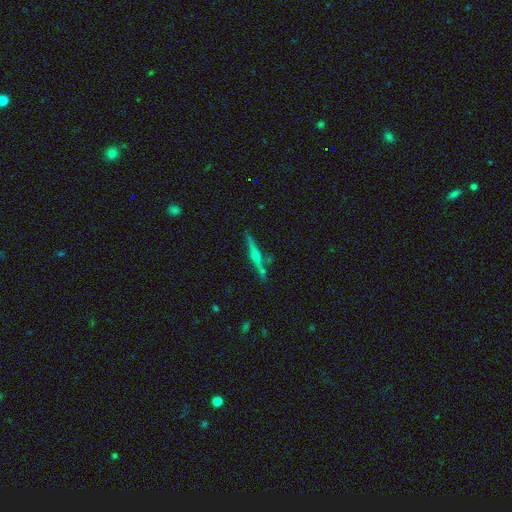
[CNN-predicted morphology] featured or disk 77%, smooth 15%, star or artifact 8%. Down the decision tree: edge-on disk — yes (98%); edge-on bulge — rounded (86%); merging — none (85%).